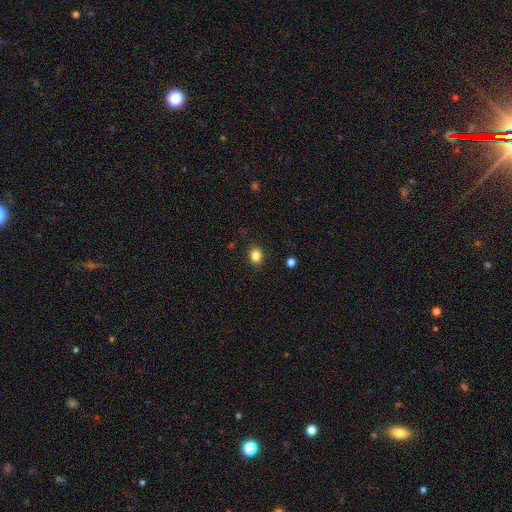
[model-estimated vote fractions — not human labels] Q: Smooth or featured?
A: smooth (84%); runner-up: star or artifact (11%)
Q: How rounded?
A: round (64%); runner-up: in between (35%)
Q: Merging?
A: none (86%); runner-up: minor disturbance (10%)